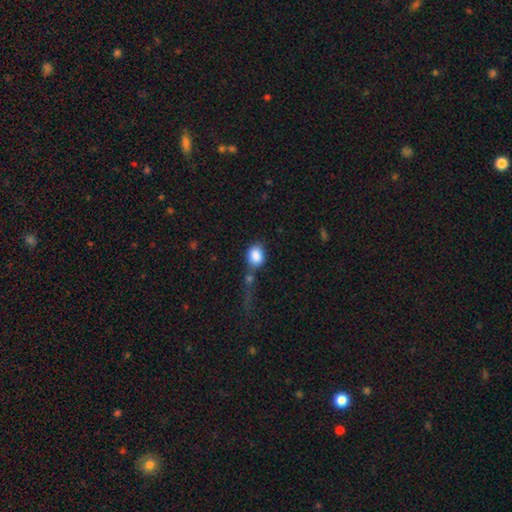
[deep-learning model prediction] A smooth galaxy with no disk features (87%) that is in between round and cigar-shaped (51%).

Vote fractions:
- Smooth or featured? smooth: 87% / star or artifact: 8% / featured or disk: 6%
- How rounded? in between: 51% / round: 47% / cigar-shaped: 2%
- Merging? none: 46% / merger: 22% / minor disturbance: 17% / major disturbance: 15%